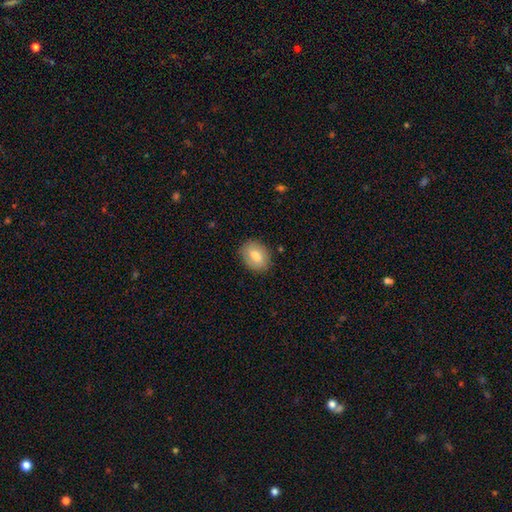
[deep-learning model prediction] smooth_or_featured: smooth (p=0.74) [alt: featured or disk p=0.18]
how_rounded: in between (p=0.64) [alt: round p=0.34]
merging: none (p=0.84) [alt: minor disturbance p=0.12]